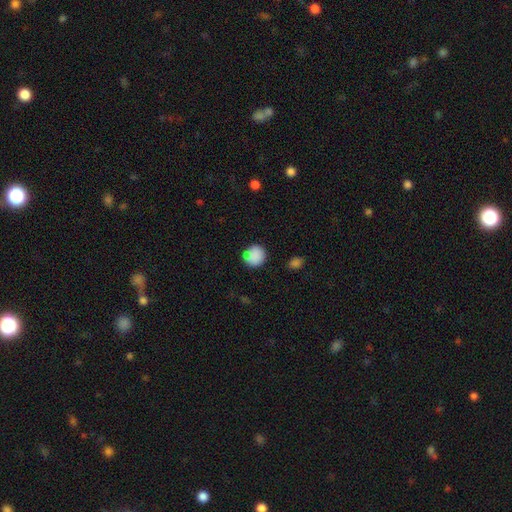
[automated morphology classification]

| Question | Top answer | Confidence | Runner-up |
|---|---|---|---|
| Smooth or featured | smooth | 86% | star or artifact (8%) |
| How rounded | round | 89% | in between (10%) |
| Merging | none | 74% | minor disturbance (17%) |